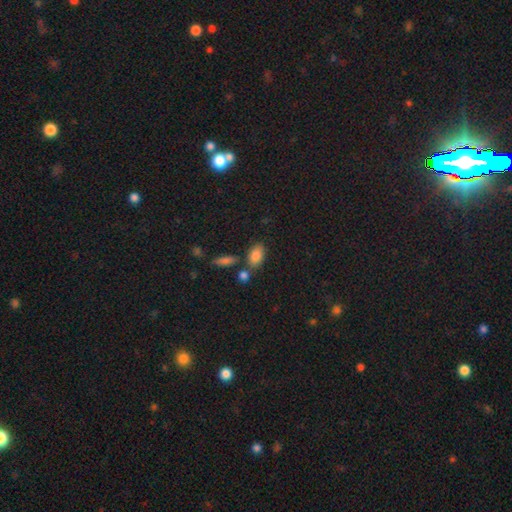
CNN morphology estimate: Smooth or featured? smooth (84%)
How rounded? in between (88%)
Merging? none (66%)